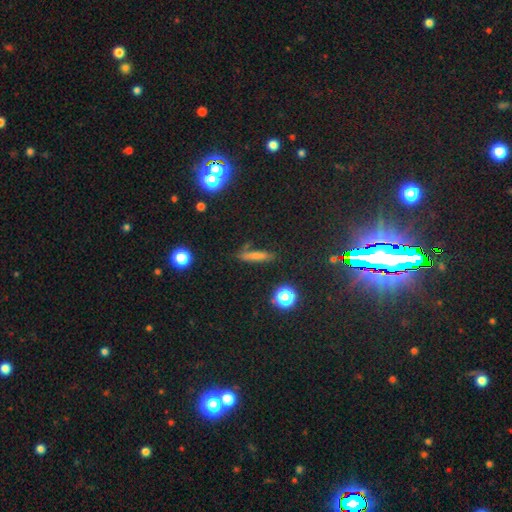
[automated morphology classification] The model was most divided on "smooth or featured": smooth: 57%, featured or disk: 22%, star or artifact: 21%. More confident: how rounded — cigar-shaped (84%); merging — none (78%).